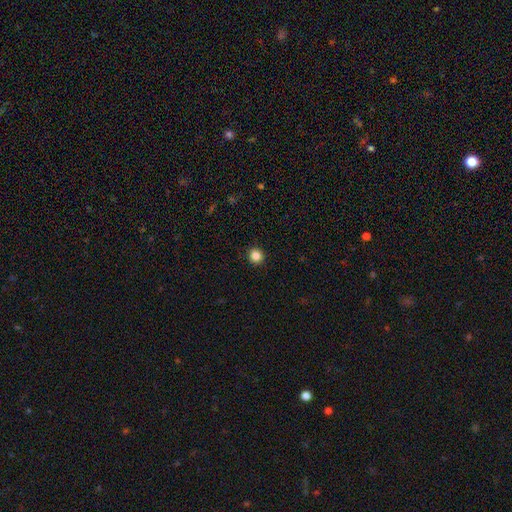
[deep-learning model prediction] Morphology: type=smooth (86%); roundness=round (93%); merging=none (93%).